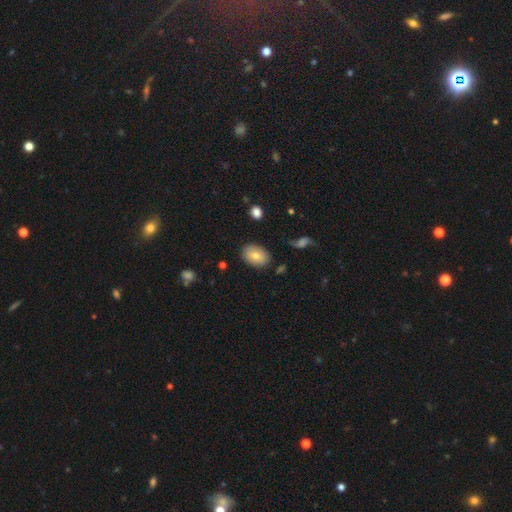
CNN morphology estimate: type=smooth (76%); roundness=in between (83%); merging=none (83%).